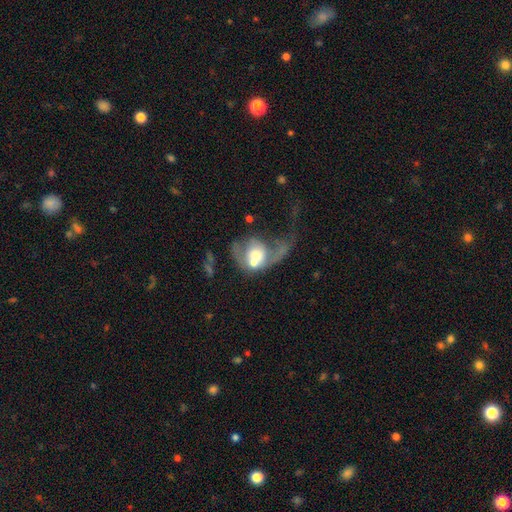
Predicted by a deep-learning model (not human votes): The model was most divided on "merging": merger: 41%, major disturbance: 39%, none: 12%, minor disturbance: 9%. More confident: edge-on disk — no (96%); smooth or featured — featured or disk (51%).